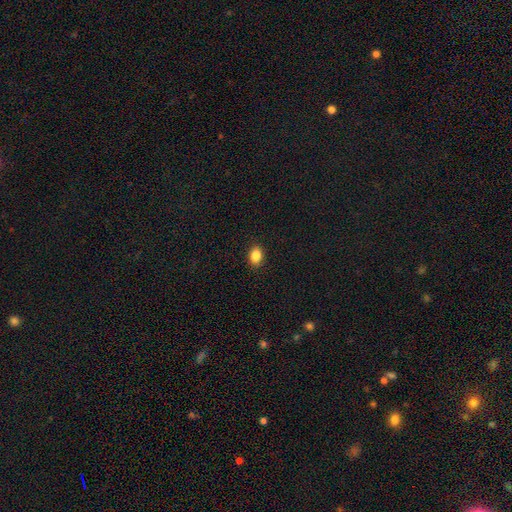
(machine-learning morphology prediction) smooth-or-featured: smooth: 86% | star or artifact: 9% | featured or disk: 4%
  how-rounded: in between: 73% | round: 26% | cigar-shaped: 1%
  merging: none: 89% | minor disturbance: 8% | major disturbance: 2% | merger: 1%